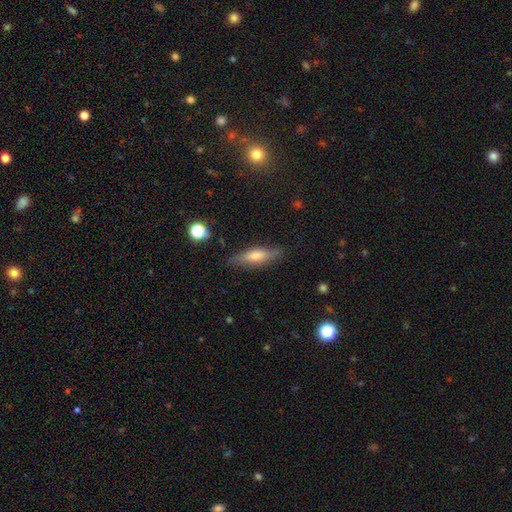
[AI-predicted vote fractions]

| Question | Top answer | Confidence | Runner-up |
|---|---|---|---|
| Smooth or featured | smooth | 52% | featured or disk (39%) |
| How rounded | cigar-shaped | 64% | in between (33%) |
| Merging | none | 84% | minor disturbance (12%) |